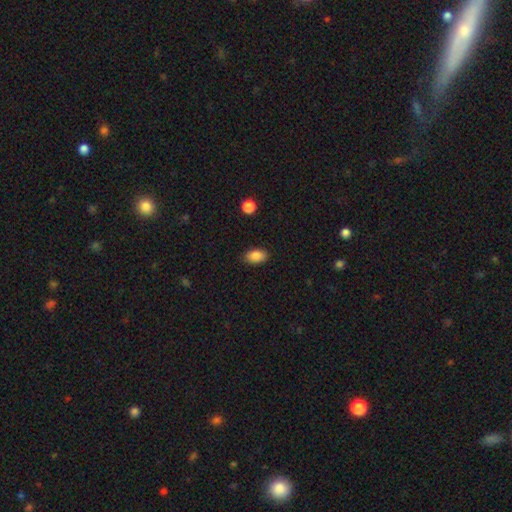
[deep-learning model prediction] A smooth galaxy with no disk features (87%) that is in between round and cigar-shaped (91%).

Vote fractions:
- Smooth or featured? smooth: 87% / star or artifact: 8% / featured or disk: 5%
- How rounded? in between: 91% / round: 7% / cigar-shaped: 2%
- Merging? none: 86% / minor disturbance: 11% / major disturbance: 2% / merger: 1%